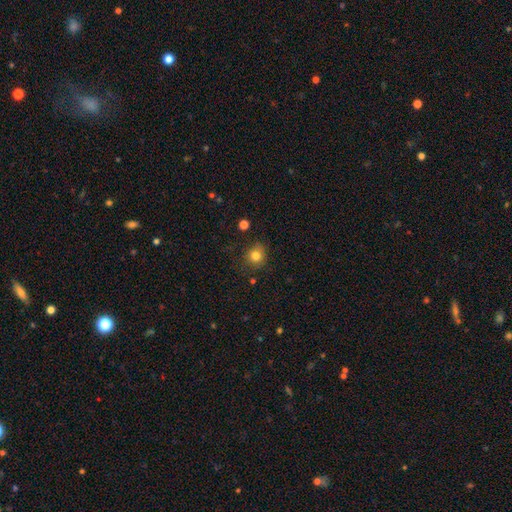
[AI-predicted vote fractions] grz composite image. It shows a smooth galaxy with no disk features (81%) that is round (84%). Merging: none (78%).